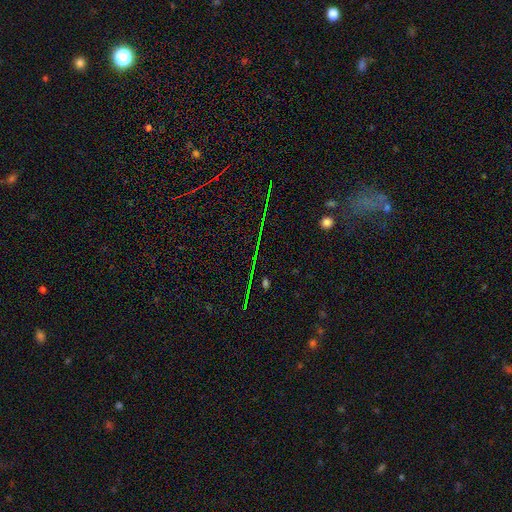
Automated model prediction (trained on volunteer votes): The model was most divided on "smooth or featured": star or artifact: 76%, featured or disk: 13%, smooth: 11%.